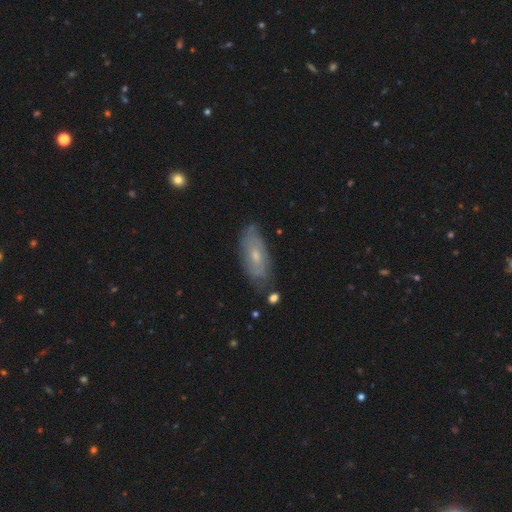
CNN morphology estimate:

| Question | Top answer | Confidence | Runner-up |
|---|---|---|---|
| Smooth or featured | featured or disk | 47% | smooth (45%) |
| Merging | none | 75% | minor disturbance (18%) |